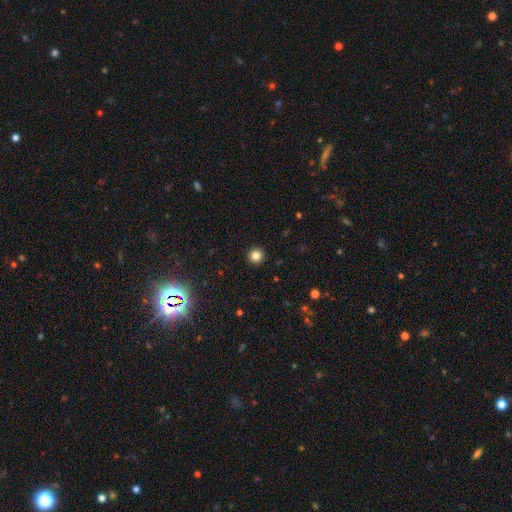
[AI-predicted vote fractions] A smooth galaxy with no disk features (83%) that is round (95%). Merging: none (93%).